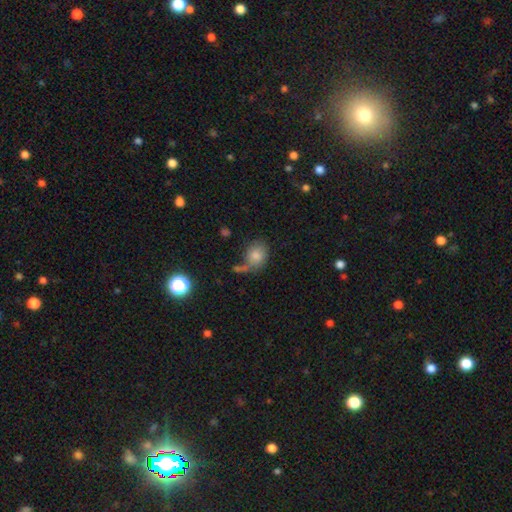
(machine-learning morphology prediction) smooth-or-featured: smooth: 78% | featured or disk: 13% | star or artifact: 10%
  how-rounded: round: 56% | in between: 42% | cigar-shaped: 1%
  merging: none: 47% | minor disturbance: 20% | merger: 18% | major disturbance: 16%